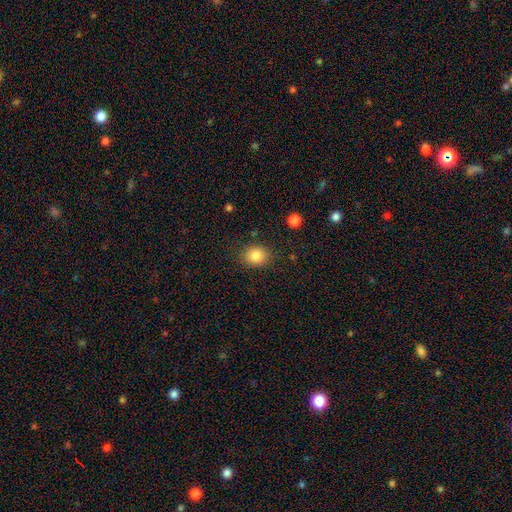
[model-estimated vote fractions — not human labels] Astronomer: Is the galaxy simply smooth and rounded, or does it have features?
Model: smooth — 85%.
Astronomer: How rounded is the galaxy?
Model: round — 57% (runner-up: in between, 42%).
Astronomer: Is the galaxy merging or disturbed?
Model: none — 84%.